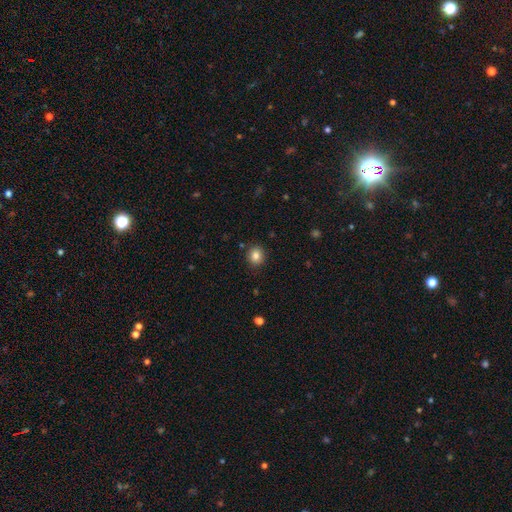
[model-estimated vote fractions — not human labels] smooth-or-featured: smooth: 83% | star or artifact: 11% | featured or disk: 6%
  how-rounded: round: 82% | in between: 17% | cigar-shaped: 1%
  merging: none: 89% | minor disturbance: 7% | major disturbance: 2% | merger: 2%